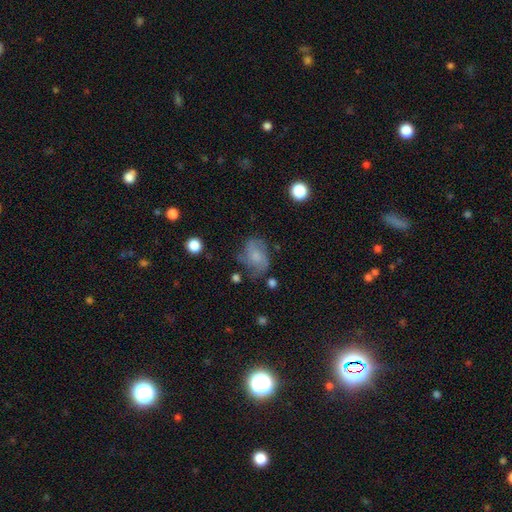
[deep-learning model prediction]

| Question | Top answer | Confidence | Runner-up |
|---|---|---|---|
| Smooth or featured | smooth | 47% | featured or disk (43%) |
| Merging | none | 46% | minor disturbance (28%) |